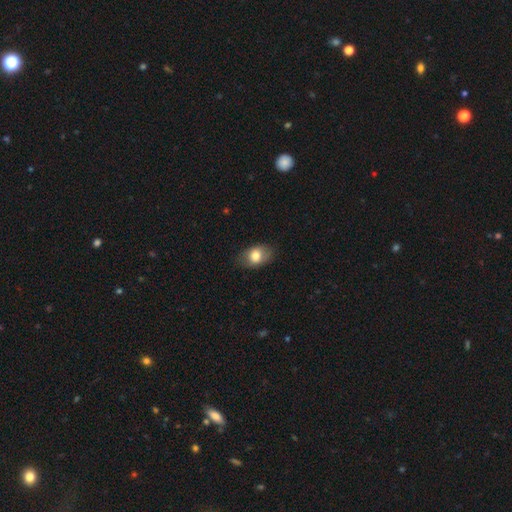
smooth_or_featured: smooth (p=0.82) [alt: featured or disk p=0.13]
how_rounded: in between (p=0.75) [alt: round p=0.25]
merging: none (p=0.76) [alt: minor disturbance p=0.24]